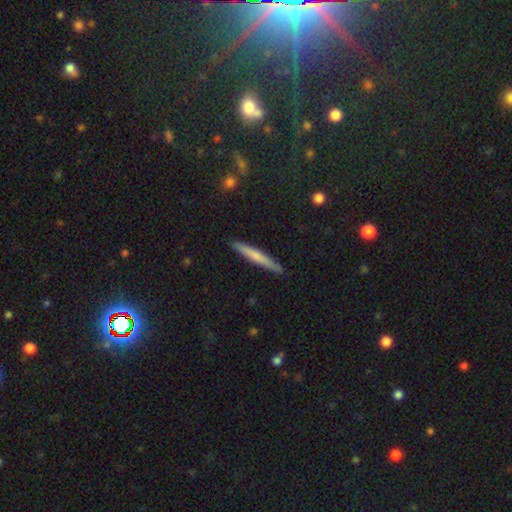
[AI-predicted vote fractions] smooth_or_featured: smooth (p=0.61) [alt: featured or disk p=0.33]
how_rounded: cigar-shaped (p=0.96) [alt: in between p=0.03]
merging: none (p=0.90) [alt: minor disturbance p=0.07]